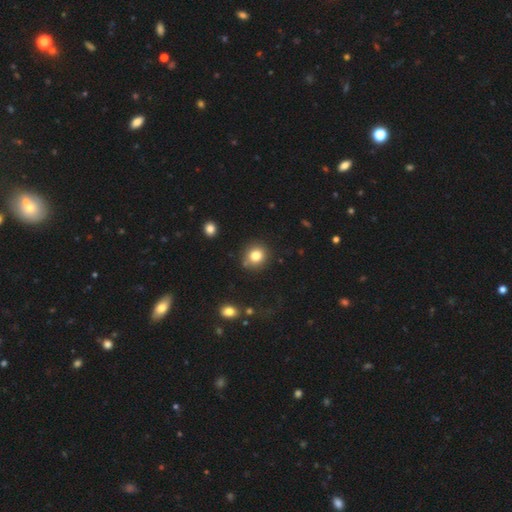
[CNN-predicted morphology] Smooth or featured? smooth (82%)
How rounded? round (85%)
Merging? none (83%)